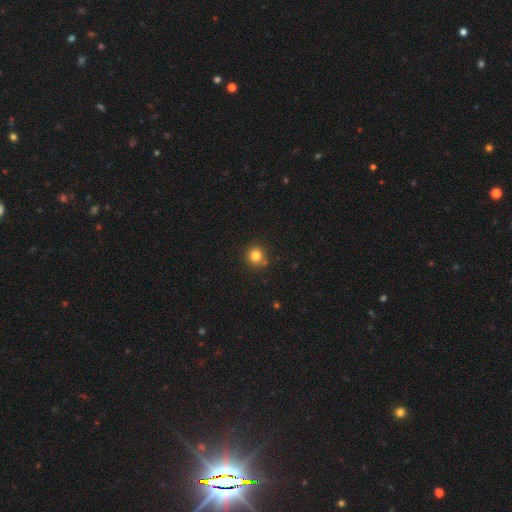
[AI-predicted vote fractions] A smooth galaxy with no disk features (81%) that is round (93%).

Vote fractions:
- Smooth or featured? smooth: 81% / star or artifact: 13% / featured or disk: 6%
- How rounded? round: 93% / in between: 6% / cigar-shaped: 1%
- Merging? none: 82% / minor disturbance: 9% / merger: 7% / major disturbance: 2%